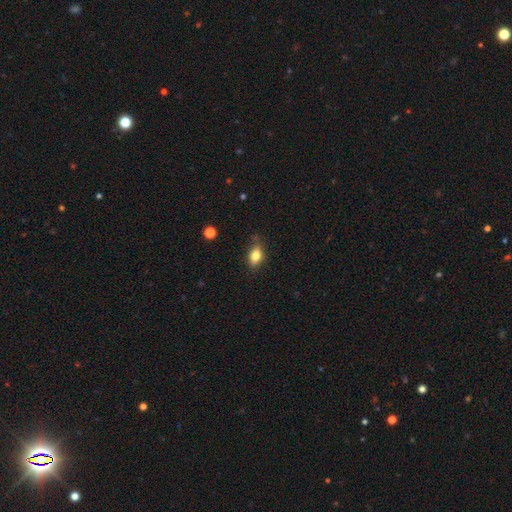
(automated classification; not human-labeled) smooth_or_featured: smooth (p=0.78) [alt: featured or disk p=0.13]
how_rounded: in between (p=0.82) [alt: round p=0.12]
merging: none (p=0.75) [alt: minor disturbance p=0.19]